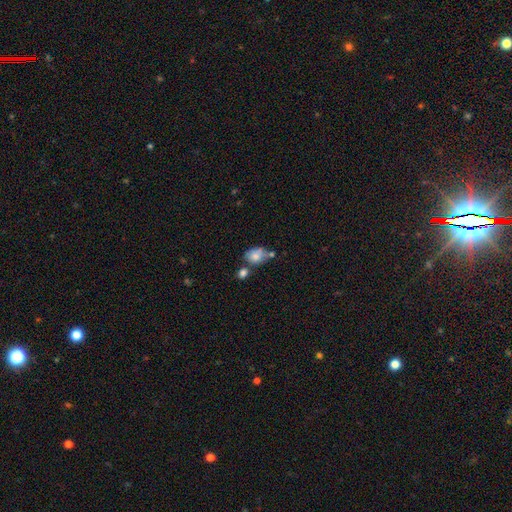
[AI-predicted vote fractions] The model was most divided on "merging": none: 39%, merger: 30%, minor disturbance: 22%, major disturbance: 9%. More confident: smooth or featured — smooth (71%); how rounded — in between (67%).